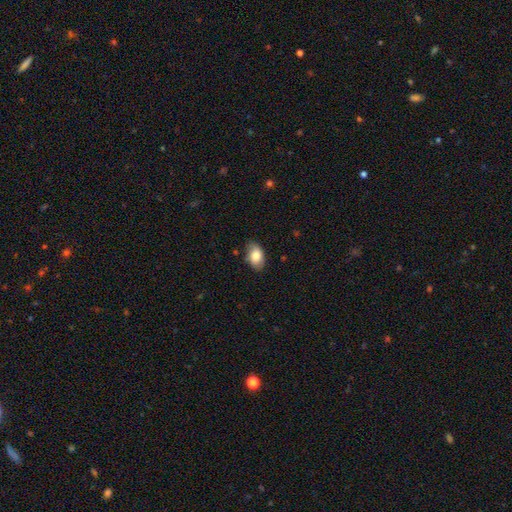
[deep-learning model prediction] A smooth galaxy with no disk features (84%) that is in between round and cigar-shaped (89%). Merging: none (78%).